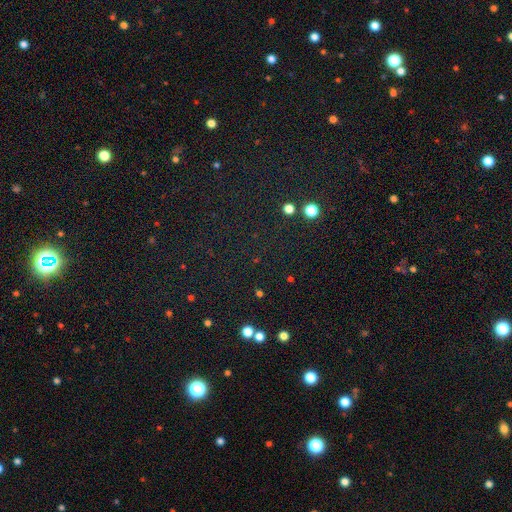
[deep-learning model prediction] Smooth or featured?
  - star or artifact: 72% *
  - smooth: 20%
  - featured or disk: 8%